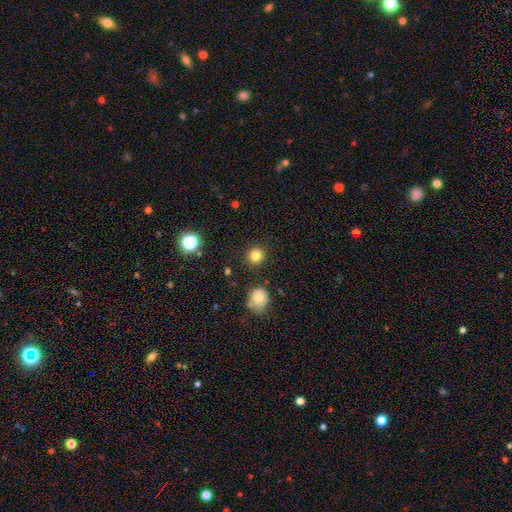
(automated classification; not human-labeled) Smooth or featured? smooth (82%)
How rounded? round (92%)
Merging? none (89%)